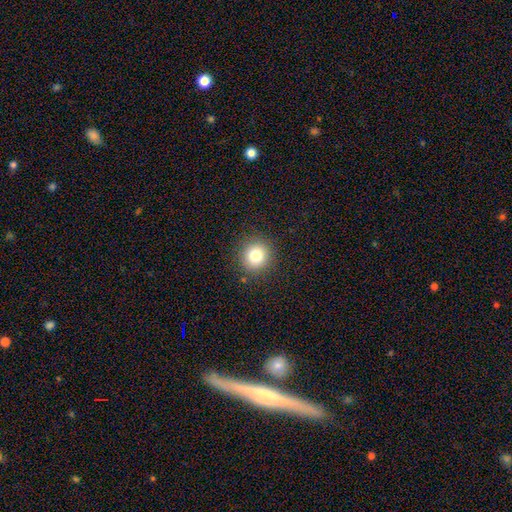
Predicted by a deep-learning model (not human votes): Smooth or featured?
  - smooth: 80% *
  - star or artifact: 12%
  - featured or disk: 8%
How rounded?
  - round: 91% *
  - in between: 8%
  - cigar-shaped: 1%
Merging?
  - none: 89% *
  - minor disturbance: 7%
  - major disturbance: 2%
  - merger: 1%